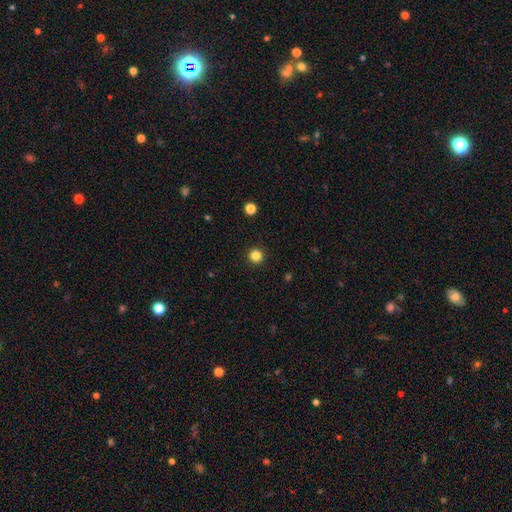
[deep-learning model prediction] Smooth or featured? smooth (83%)
How rounded? round (96%)
Merging? none (93%)